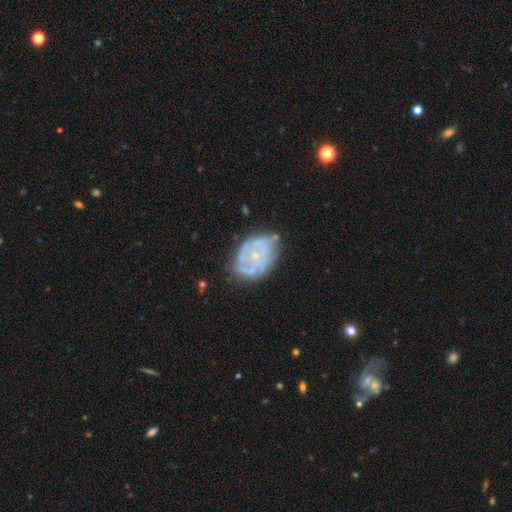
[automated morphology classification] Smooth or featured? Predicted: featured or disk (p=0.71). Edge-on disk? Predicted: no (p=0.97). Bar? Predicted: no (p=0.82). Spiral arms? Predicted: yes (p=0.65). Bulge size? Predicted: small (p=0.75). Merging? Predicted: none (p=0.60).